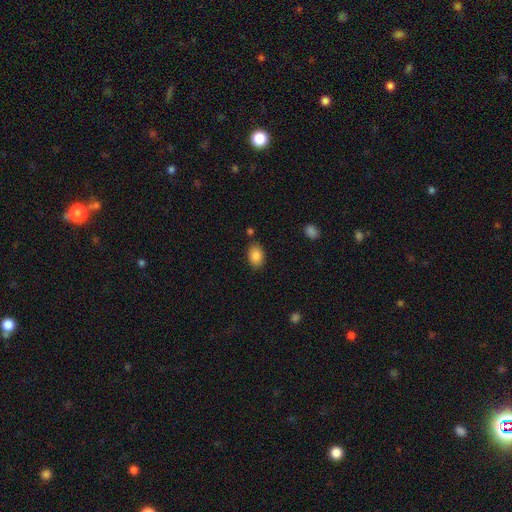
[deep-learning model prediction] Morphology: type=smooth (86%); roundness=in between (83%); merging=none (82%).